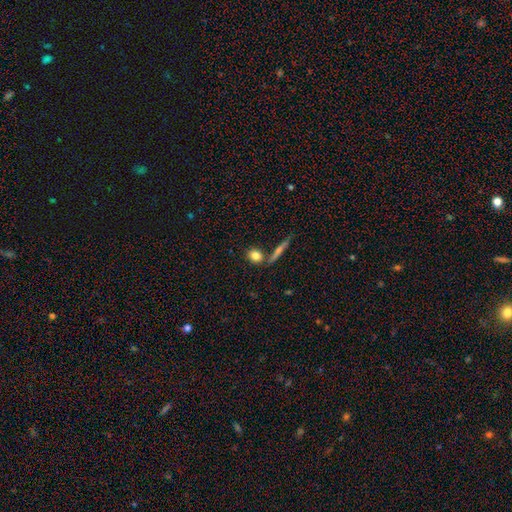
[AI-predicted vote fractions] Q: Smooth or featured?
A: smooth (81%); runner-up: featured or disk (11%)
Q: How rounded?
A: round (57%); runner-up: in between (36%)
Q: Merging?
A: none (71%); runner-up: merger (16%)